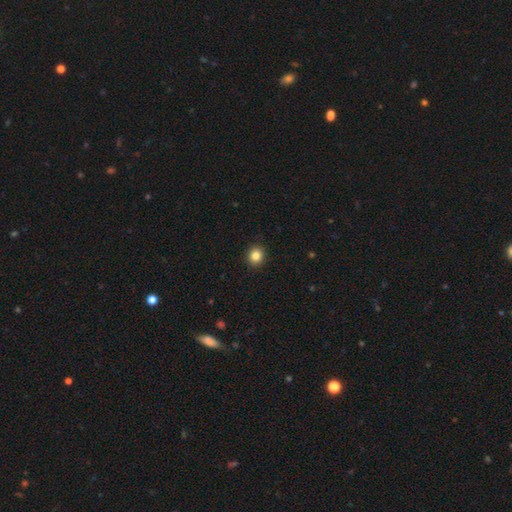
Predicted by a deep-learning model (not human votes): The model was most divided on "how rounded": round: 86%, in between: 13%, cigar-shaped: 1%. More confident: merging — none (92%); smooth or featured — smooth (85%).